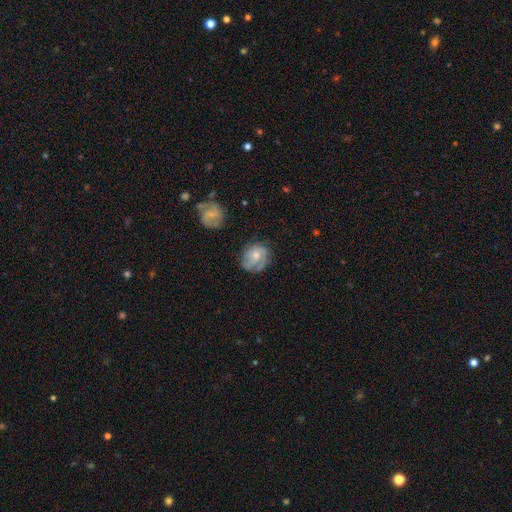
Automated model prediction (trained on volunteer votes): Morphology: type=featured or disk (67%); edge-on=no (97%); bar=no (68%); spiral arms=yes (90%); winding=tight (46%); arm count=2 (34%); bulge=moderate (52%); merging=none (64%).